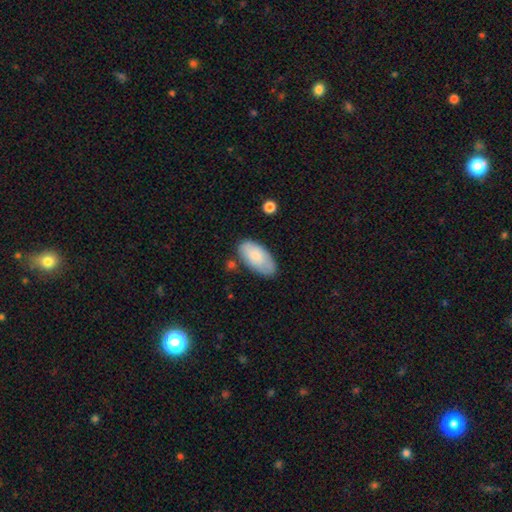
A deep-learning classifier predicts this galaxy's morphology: type=smooth (79%); roundness=in between (95%); merging=none (72%).